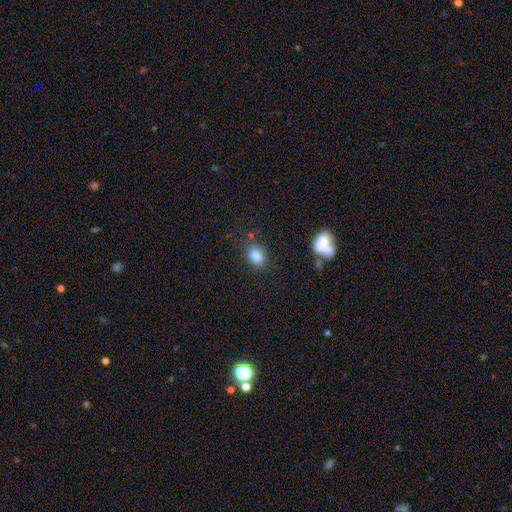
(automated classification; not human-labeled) Smooth or featured? Predicted: smooth (p=0.84). How rounded? Predicted: in between (p=0.77). Merging? Predicted: none (p=0.73).